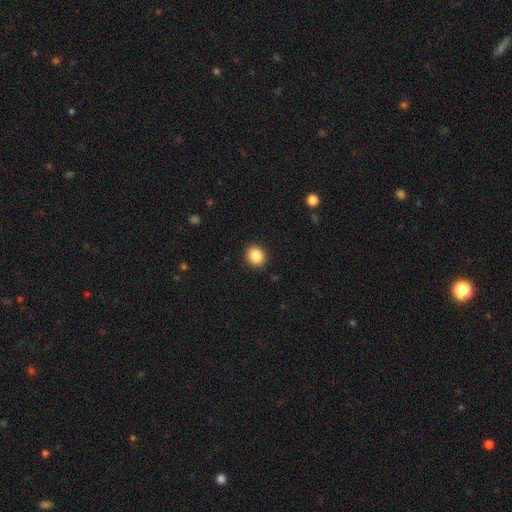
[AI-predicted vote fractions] smooth_or_featured: smooth (p=0.87) [alt: star or artifact p=0.09]
how_rounded: round (p=0.74) [alt: in between p=0.25]
merging: none (p=0.91) [alt: minor disturbance p=0.06]